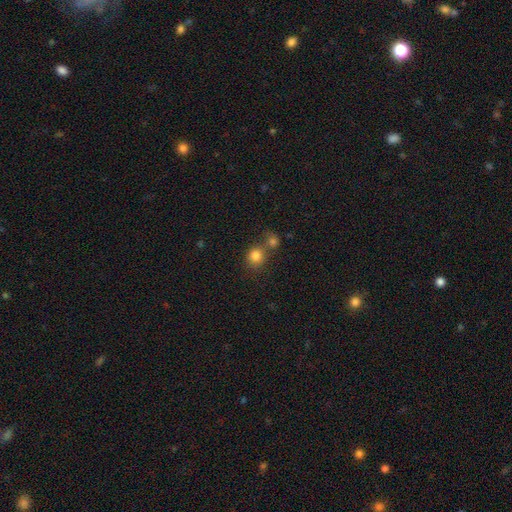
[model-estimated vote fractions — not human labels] smooth-or-featured: smooth: 82% | star or artifact: 11% | featured or disk: 7%
  how-rounded: round: 84% | in between: 15% | cigar-shaped: 1%
  merging: none: 52% | merger: 35% | minor disturbance: 9% | major disturbance: 4%